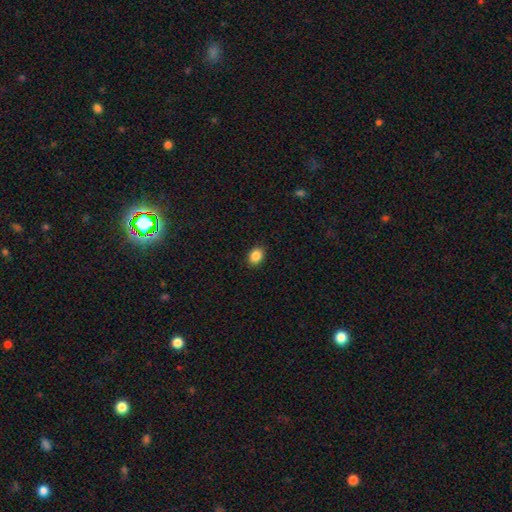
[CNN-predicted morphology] Smooth or featured? Predicted: smooth (p=0.87). How rounded? Predicted: in between (p=0.62). Merging? Predicted: none (p=0.90).